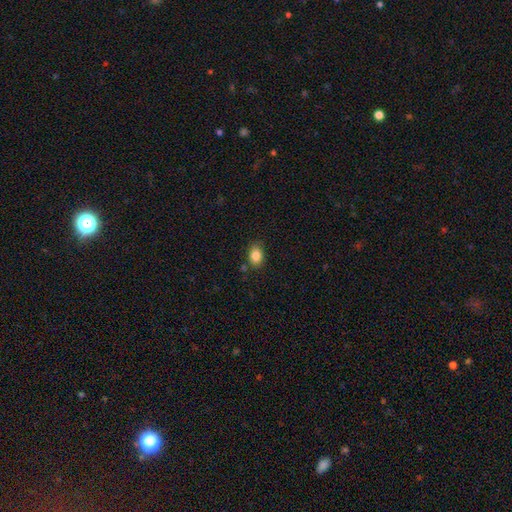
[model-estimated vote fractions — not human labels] The model was most divided on "how rounded": in between: 72%, round: 27%, cigar-shaped: 1%. More confident: smooth or featured — smooth (85%); merging — none (78%).